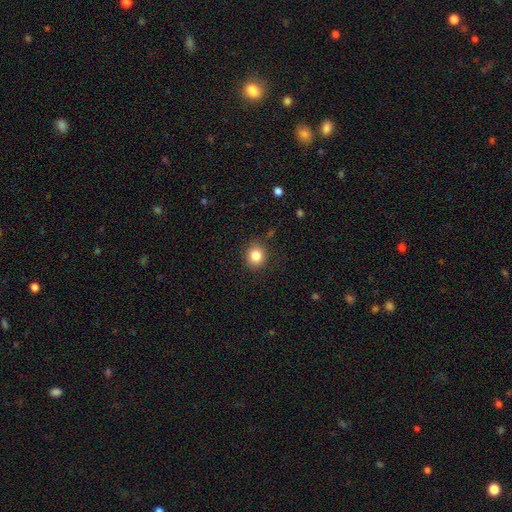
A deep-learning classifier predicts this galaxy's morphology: smooth 84%, star or artifact 10%, featured or disk 6%. Down the decision tree: how rounded — round (78%); merging — none (88%).